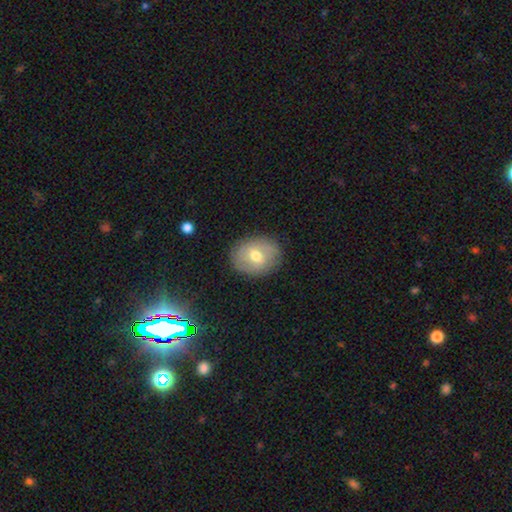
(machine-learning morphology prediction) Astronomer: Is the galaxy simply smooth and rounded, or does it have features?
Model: smooth — 55% (runner-up: featured or disk, 36%).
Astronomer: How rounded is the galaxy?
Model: in between — 50% (runner-up: round, 49%).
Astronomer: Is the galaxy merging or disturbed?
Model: none — 84%.